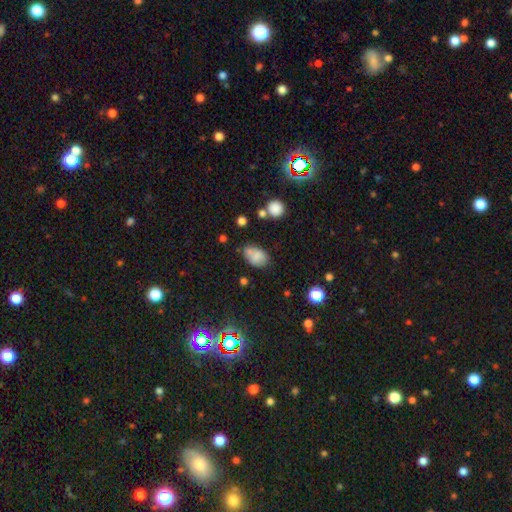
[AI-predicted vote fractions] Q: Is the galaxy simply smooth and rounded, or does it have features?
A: smooth — 74%.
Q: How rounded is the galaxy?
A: in between — 79%.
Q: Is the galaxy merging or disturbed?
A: none — 52%.